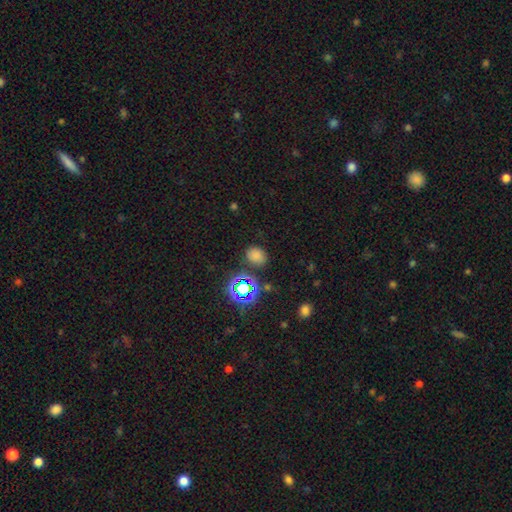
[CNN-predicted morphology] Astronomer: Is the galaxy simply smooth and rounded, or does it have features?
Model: smooth — 68%.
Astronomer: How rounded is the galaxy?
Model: in between — 53% (runner-up: round, 45%).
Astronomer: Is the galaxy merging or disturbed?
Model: none — 79%.